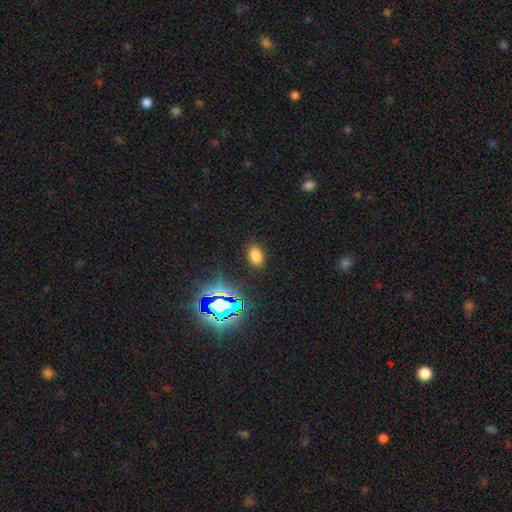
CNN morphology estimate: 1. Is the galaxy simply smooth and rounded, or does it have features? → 72% smooth, 21% star or artifact, 6% featured or disk.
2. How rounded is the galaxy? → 83% in between, 16% round, 1% cigar-shaped.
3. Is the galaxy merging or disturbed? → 85% none, 10% minor disturbance, 3% major disturbance, 2% merger.